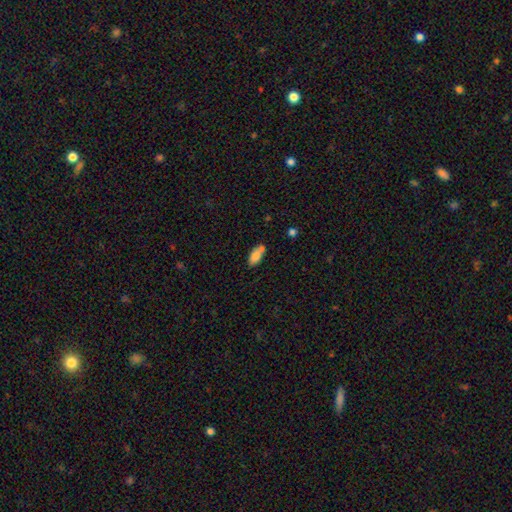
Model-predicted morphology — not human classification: This is likely a smooth galaxy (80%). How rounded: clearly in between (88%). Merging: possibly none (58%).